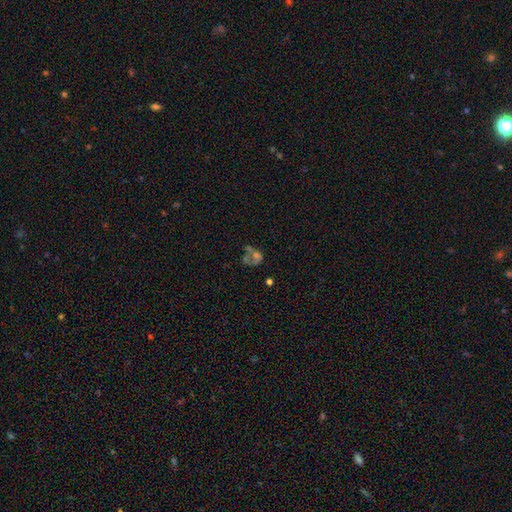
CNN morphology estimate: Smooth or featured?
  - featured or disk: 47% *
  - smooth: 29%
  - star or artifact: 24%
Merging?
  - none: 33% *
  - major disturbance: 31%
  - merger: 22%
  - minor disturbance: 14%